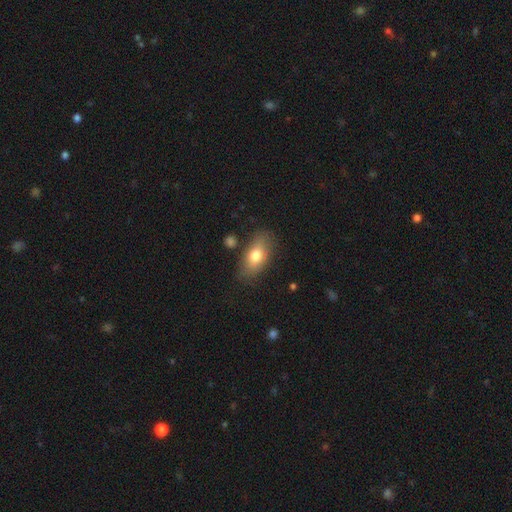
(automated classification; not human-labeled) This appears to be a smooth galaxy with no disk features (74%) that is in between round and cigar-shaped (88%). Merging: none (77%).